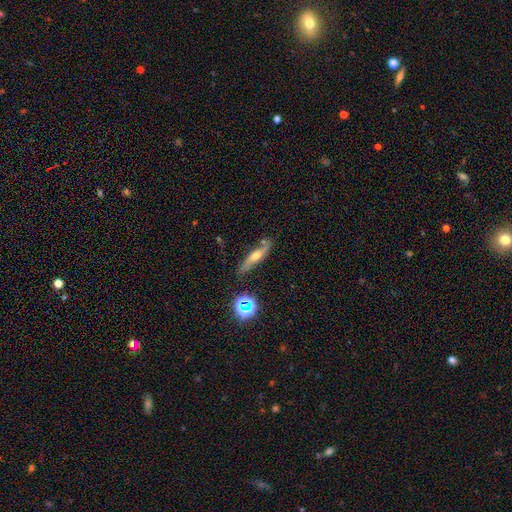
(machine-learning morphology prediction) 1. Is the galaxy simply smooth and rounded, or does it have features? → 57% featured or disk, 31% smooth, 12% star or artifact.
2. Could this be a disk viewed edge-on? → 67% yes, 33% no.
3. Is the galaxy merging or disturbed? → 76% none, 16% minor disturbance, 4% merger, 4% major disturbance.